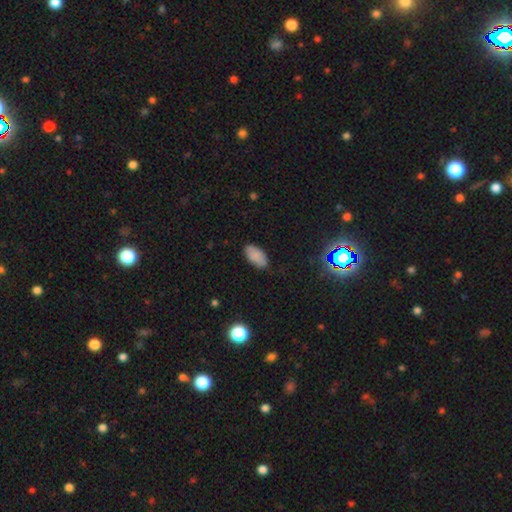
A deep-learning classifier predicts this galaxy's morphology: Smooth or featured: smooth — 85% (star or artifact — 9%)
How rounded: in between — 94% (cigar-shaped — 3%)
Merging: none — 82% (minor disturbance — 14%)